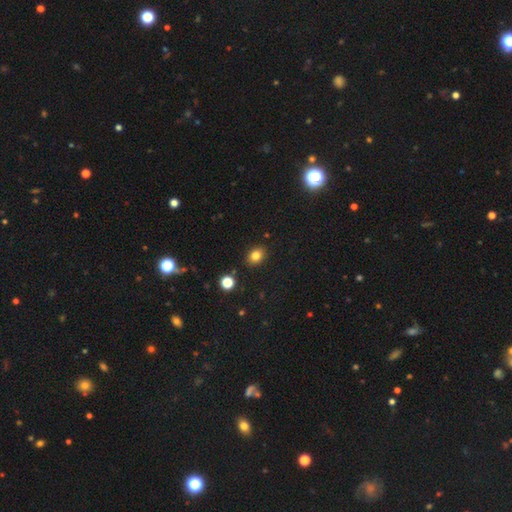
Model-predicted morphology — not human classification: Smooth or featured? Predicted: smooth (p=0.81). How rounded? Predicted: in between (p=0.54). Merging? Predicted: none (p=0.87).